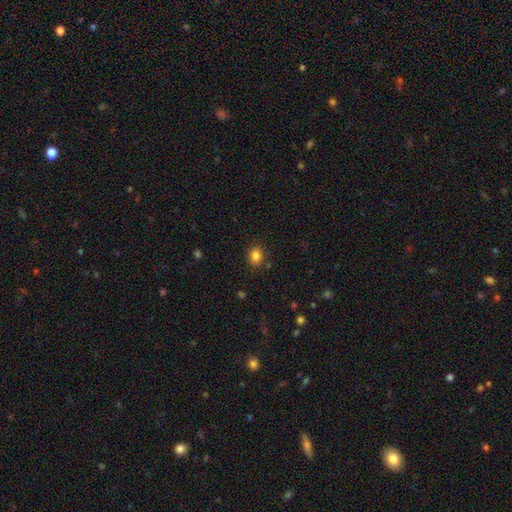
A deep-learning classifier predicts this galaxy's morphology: smooth-or-featured: smooth: 84% | star or artifact: 11% | featured or disk: 5%
  how-rounded: round: 52% | in between: 47% | cigar-shaped: 1%
  merging: none: 85% | minor disturbance: 10% | major disturbance: 3% | merger: 2%